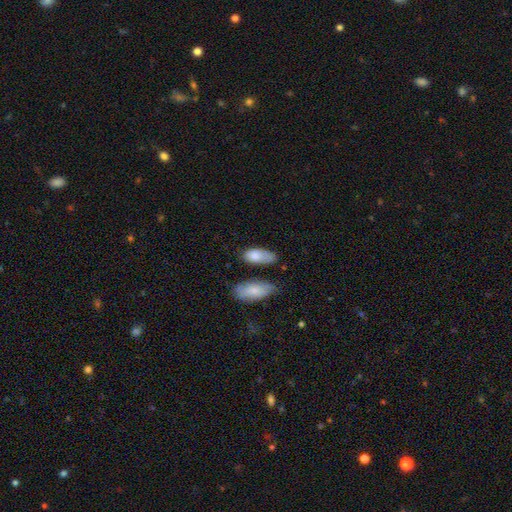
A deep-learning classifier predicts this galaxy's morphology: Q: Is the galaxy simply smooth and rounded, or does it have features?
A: smooth — 80%.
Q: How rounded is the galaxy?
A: in between — 87%.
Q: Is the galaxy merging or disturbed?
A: none — 47%.